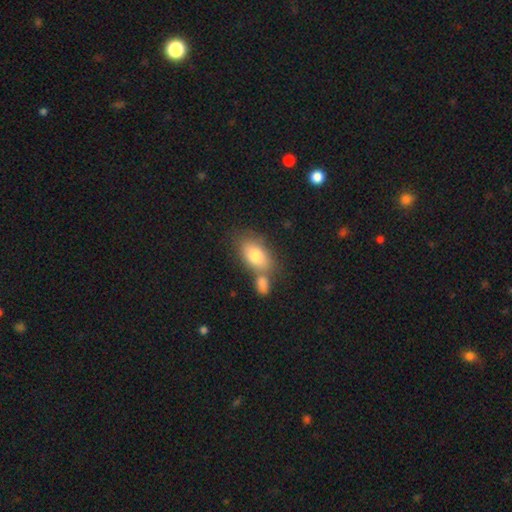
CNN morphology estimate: smooth 78%, featured or disk 15%, star or artifact 7%. Down the decision tree: how rounded — in between (87%); merging — none (45%).